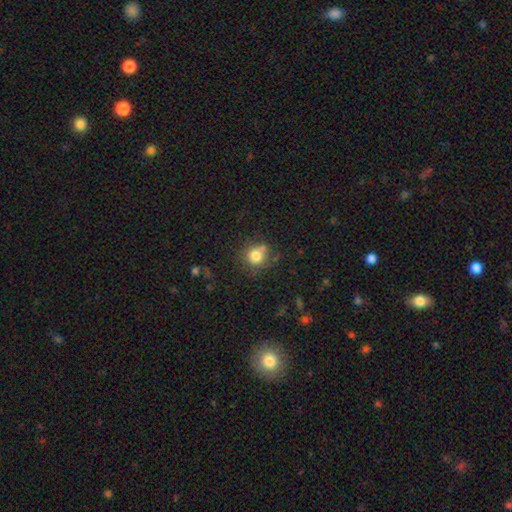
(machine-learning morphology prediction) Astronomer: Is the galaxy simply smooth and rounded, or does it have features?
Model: smooth — 79%.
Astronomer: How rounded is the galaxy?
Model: round — 87%.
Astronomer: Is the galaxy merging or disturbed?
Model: none — 65%.